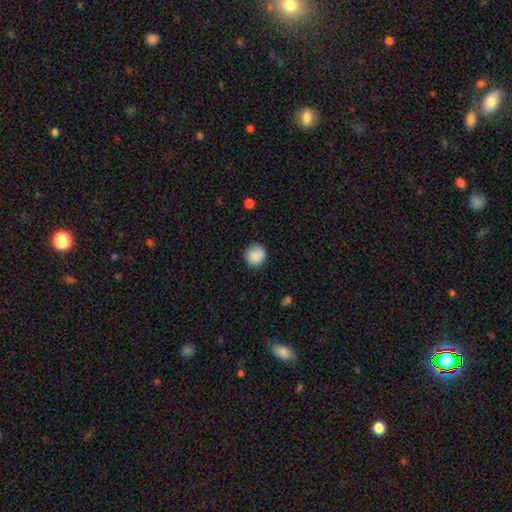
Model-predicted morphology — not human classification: A smooth galaxy with no disk features (88%) that is round (89%). Merging: none (87%).